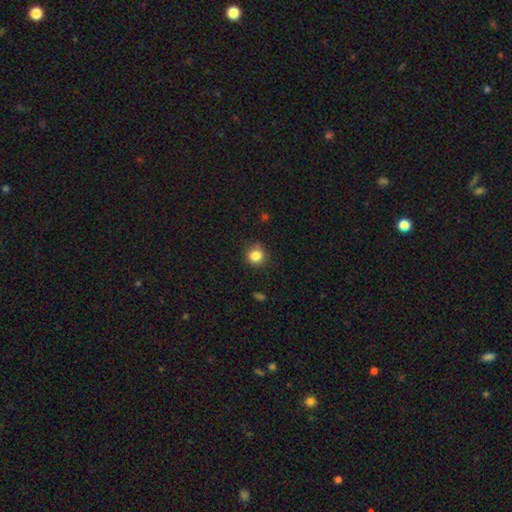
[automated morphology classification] smooth 84%, star or artifact 11%, featured or disk 5%. Down the decision tree: how rounded — round (90%); merging — none (82%).